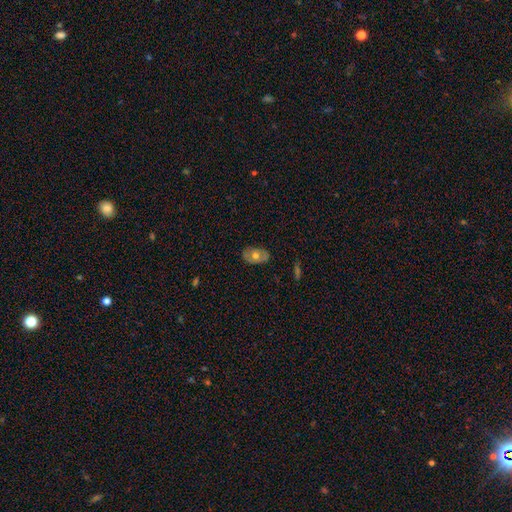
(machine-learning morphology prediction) smooth 56%, featured or disk 37%, star or artifact 7%. Down the decision tree: how rounded — in between (86%); merging — none (79%).